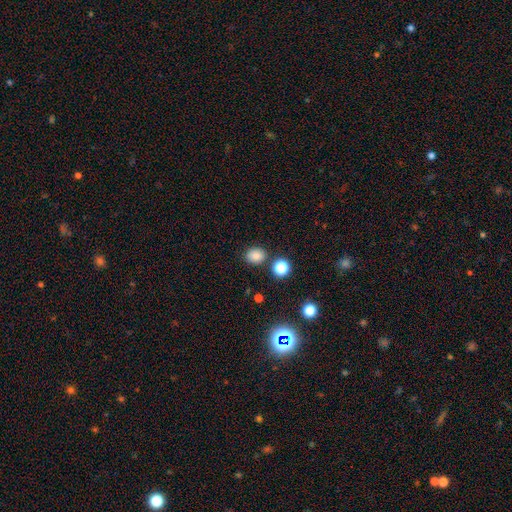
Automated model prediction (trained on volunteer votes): A smooth galaxy with no disk features (82%) that is round (52%). Merging: none (81%).